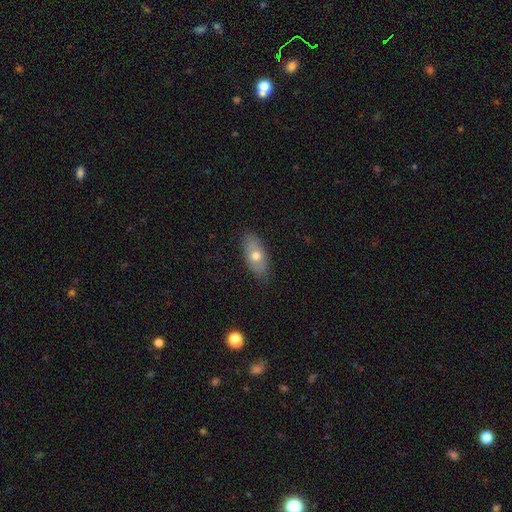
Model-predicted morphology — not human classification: A smooth galaxy with no disk features (62%) that is in between round and cigar-shaped (86%).

Vote fractions:
- Smooth or featured? smooth: 62% / featured or disk: 31% / star or artifact: 7%
- How rounded? in between: 86% / cigar-shaped: 9% / round: 5%
- Merging? none: 85% / minor disturbance: 12% / major disturbance: 2% / merger: 1%